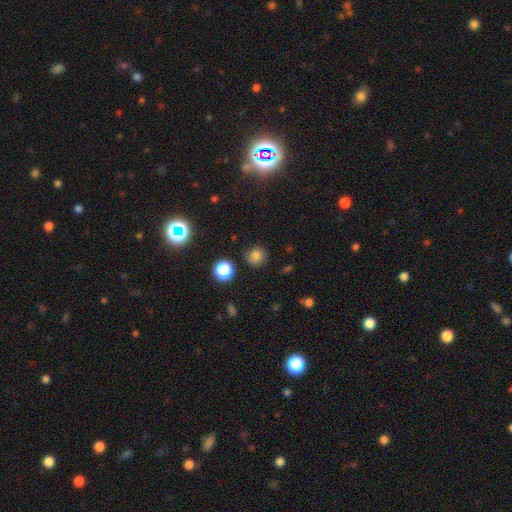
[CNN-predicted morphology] This appears to be a smooth galaxy with no disk features (78%) that is round (90%). Merging: none (84%).